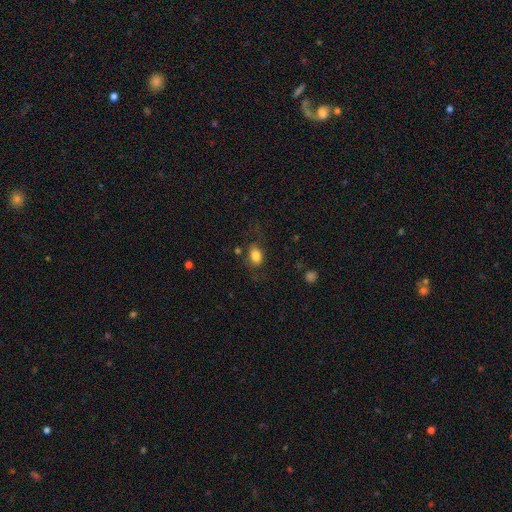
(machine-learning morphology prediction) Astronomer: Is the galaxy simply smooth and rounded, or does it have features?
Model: smooth — 81%.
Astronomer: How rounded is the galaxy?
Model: in between — 75%.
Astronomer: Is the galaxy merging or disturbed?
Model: none — 64%.